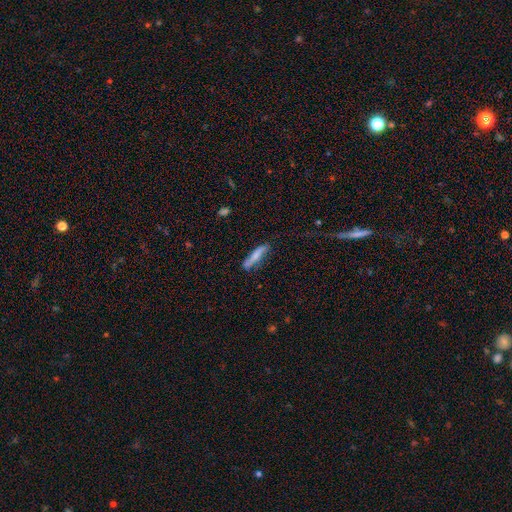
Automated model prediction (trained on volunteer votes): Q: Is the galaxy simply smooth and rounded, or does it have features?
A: smooth — 66%.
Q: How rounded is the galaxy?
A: cigar-shaped — 87%.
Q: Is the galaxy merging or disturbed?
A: none — 73%.